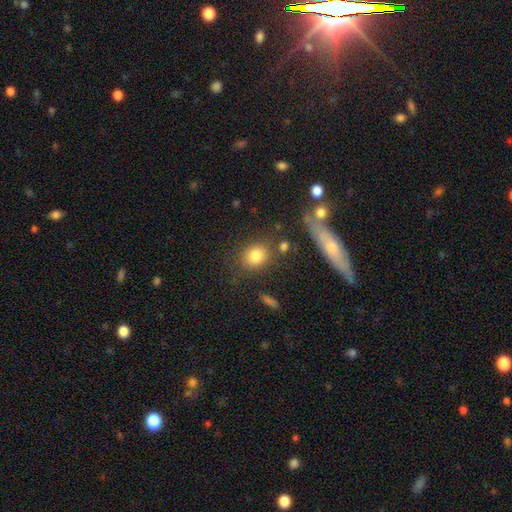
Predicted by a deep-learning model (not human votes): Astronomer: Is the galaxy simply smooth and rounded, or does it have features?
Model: smooth — 82%.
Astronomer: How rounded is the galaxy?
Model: round — 61% (runner-up: in between, 37%).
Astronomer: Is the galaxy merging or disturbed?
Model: none — 75%.